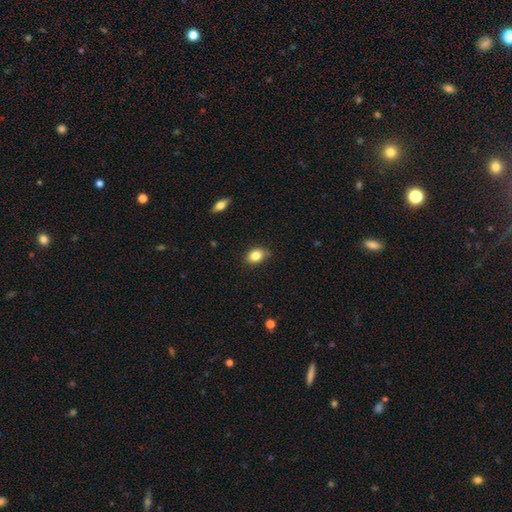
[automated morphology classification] Smooth or featured: smooth — 84% (star or artifact — 9%)
How rounded: in between — 71% (round — 27%)
Merging: none — 78% (minor disturbance — 18%)